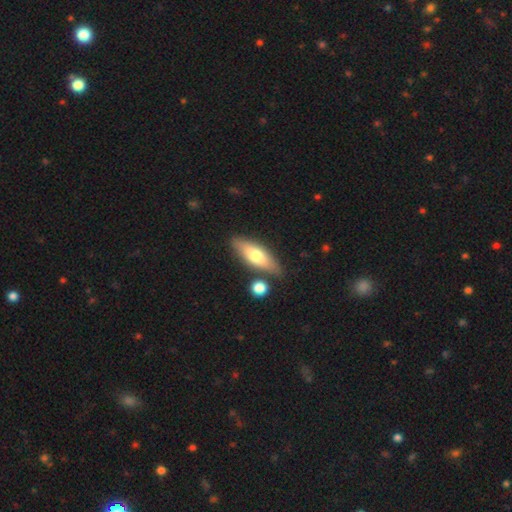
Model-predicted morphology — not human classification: The model was most divided on "how rounded": in between: 55%, cigar-shaped: 42%, round: 3%. More confident: merging — none (79%); smooth or featured — smooth (63%).